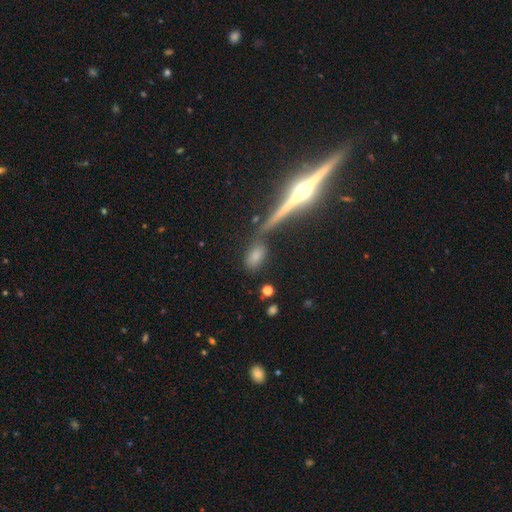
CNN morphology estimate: smooth 76%, featured or disk 13%, star or artifact 11%. Down the decision tree: how rounded — in between (80%); merging — none (62%).